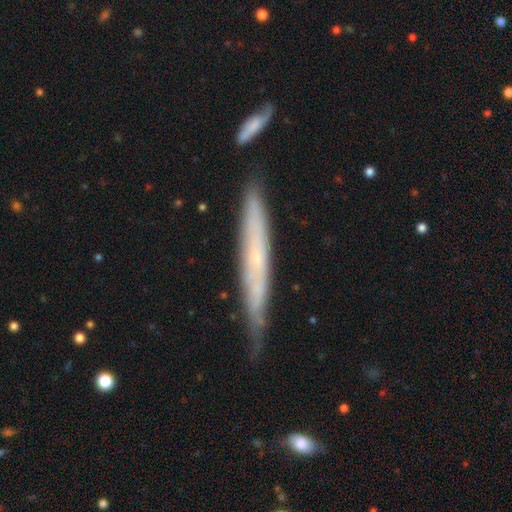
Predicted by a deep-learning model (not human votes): smooth_or_featured: featured or disk (p=0.57) [alt: smooth p=0.36]
disk_edge_on: yes (p=0.84) [alt: no p=0.16]
merging: none (p=0.70) [alt: minor disturbance p=0.21]